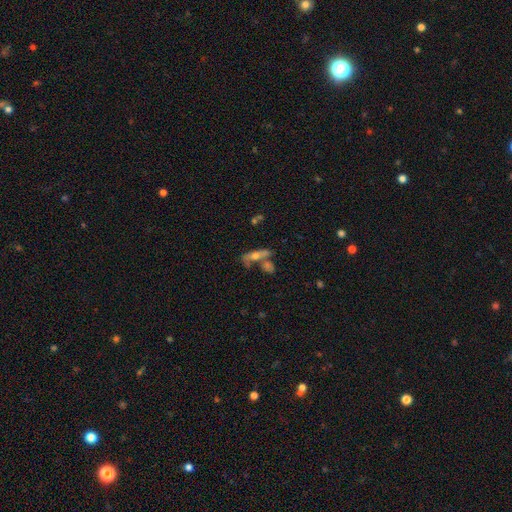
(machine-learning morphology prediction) The model was most divided on "smooth or featured": featured or disk: 47%, smooth: 41%, star or artifact: 11%. Remaining: merging — none (47%).